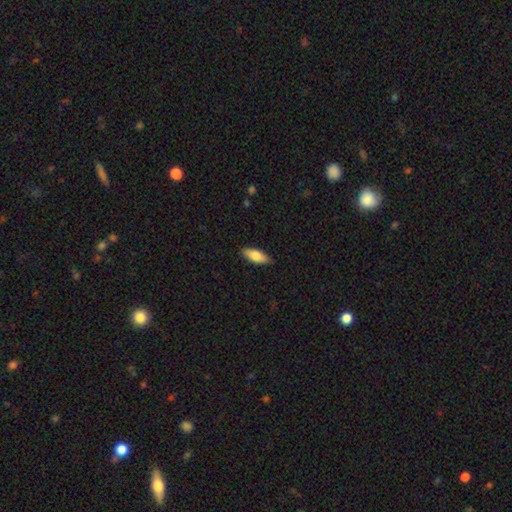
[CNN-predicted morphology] This appears to be a smooth galaxy with no disk features (80%) that is in between round and cigar-shaped (75%). Merging: none (87%).